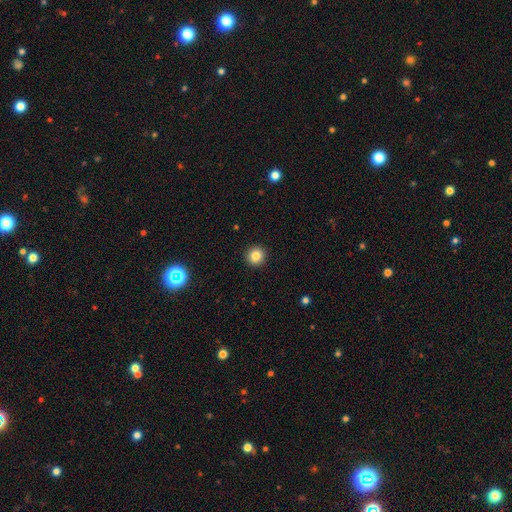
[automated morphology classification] Smooth or featured? Predicted: smooth (p=0.83). How rounded? Predicted: round (p=0.94). Merging? Predicted: none (p=0.93).